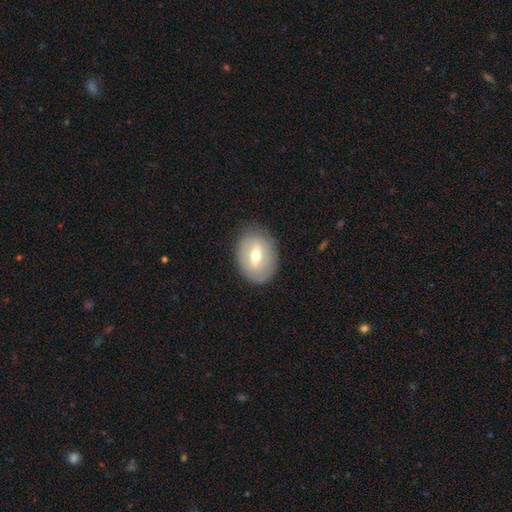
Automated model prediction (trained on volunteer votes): smooth_or_featured: featured or disk (p=0.47) [alt: smooth p=0.46]
merging: none (p=0.81) [alt: minor disturbance p=0.14]